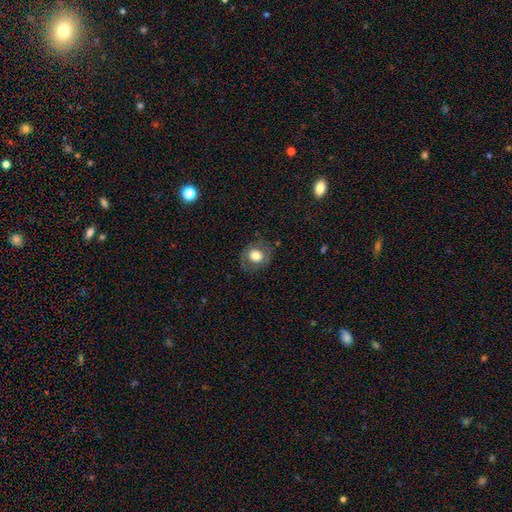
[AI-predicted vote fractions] Smooth or featured? Predicted: smooth (p=0.71). How rounded? Predicted: round (p=0.72). Merging? Predicted: none (p=0.77).